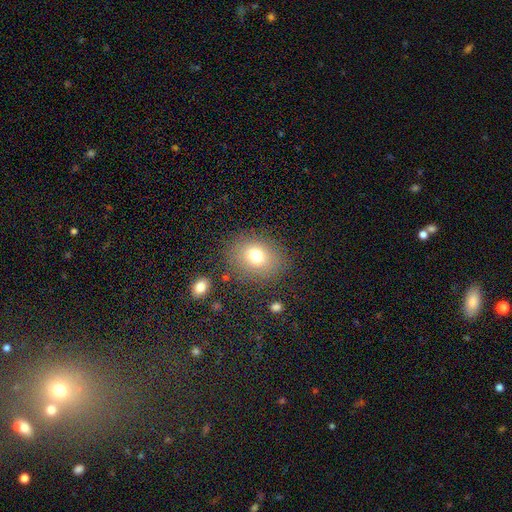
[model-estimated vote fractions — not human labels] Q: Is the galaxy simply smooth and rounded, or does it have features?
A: smooth — 75%.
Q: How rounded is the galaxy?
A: round — 55%.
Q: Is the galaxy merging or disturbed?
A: none — 82%.